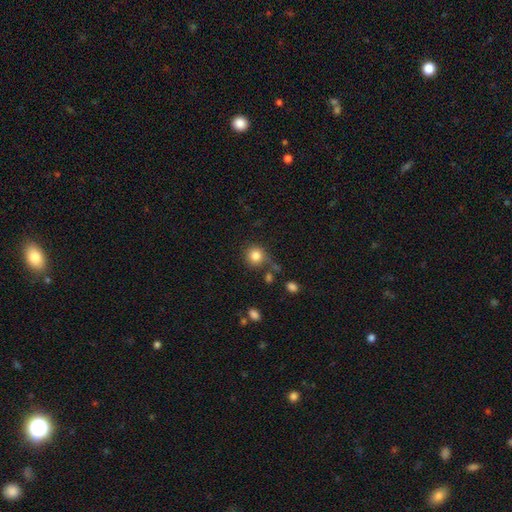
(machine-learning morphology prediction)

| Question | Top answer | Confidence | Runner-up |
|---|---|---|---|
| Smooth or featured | smooth | 83% | star or artifact (10%) |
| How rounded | round | 91% | in between (8%) |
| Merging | none | 69% | minor disturbance (15%) |